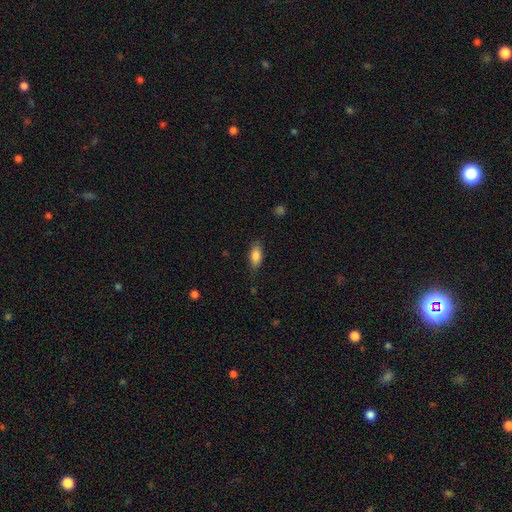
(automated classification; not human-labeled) Morphology: type=smooth (82%); roundness=in between (82%); merging=none (80%).